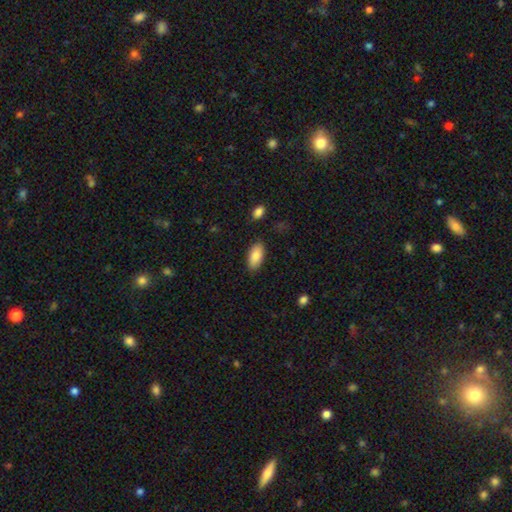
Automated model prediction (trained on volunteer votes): This appears to be a smooth galaxy with no disk features (84%) that is in between round and cigar-shaped (92%). Merging: none (86%).